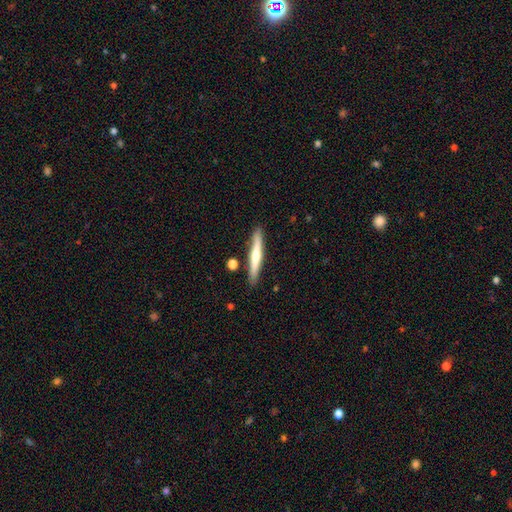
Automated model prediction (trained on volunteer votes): Smooth or featured?
  - smooth: 51% *
  - featured or disk: 43%
  - star or artifact: 6%
How rounded?
  - cigar-shaped: 94% *
  - in between: 4%
  - round: 1%
Merging?
  - none: 86% *
  - minor disturbance: 9%
  - merger: 3%
  - major disturbance: 2%